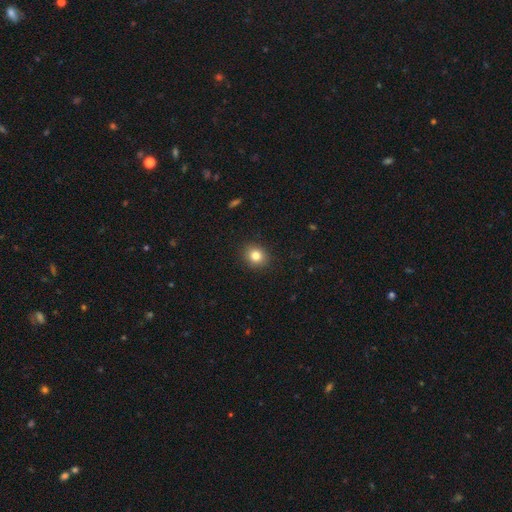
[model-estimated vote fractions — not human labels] smooth_or_featured: smooth (p=0.82) [alt: star or artifact p=0.11]
how_rounded: round (p=0.76) [alt: in between p=0.23]
merging: none (p=0.90) [alt: minor disturbance p=0.07]